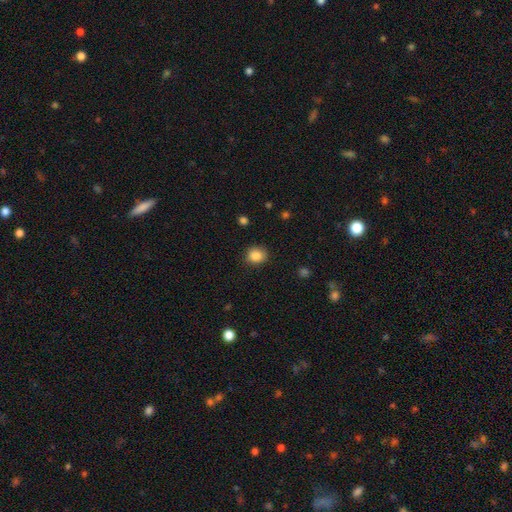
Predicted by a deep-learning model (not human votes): This appears to be a smooth galaxy with no disk features (87%) that is round (77%). Merging: none (84%).